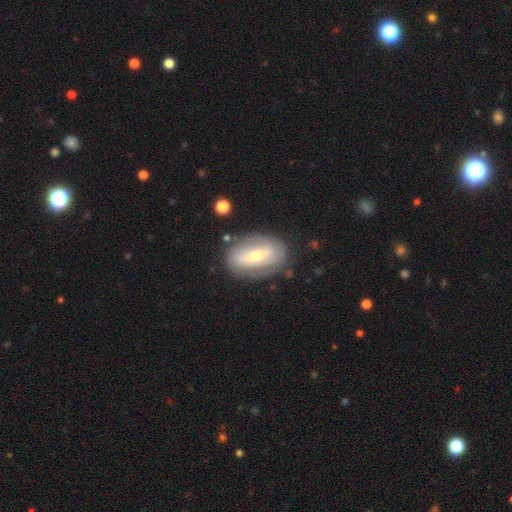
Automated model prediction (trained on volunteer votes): Smooth or featured? Predicted: featured or disk (p=0.67). Edge-on disk? Predicted: no (p=0.91). Bar? Predicted: strong (p=0.42). Spiral arms? Predicted: yes (p=0.63). Bulge size? Predicted: small (p=0.50). Merging? Predicted: none (p=0.76).